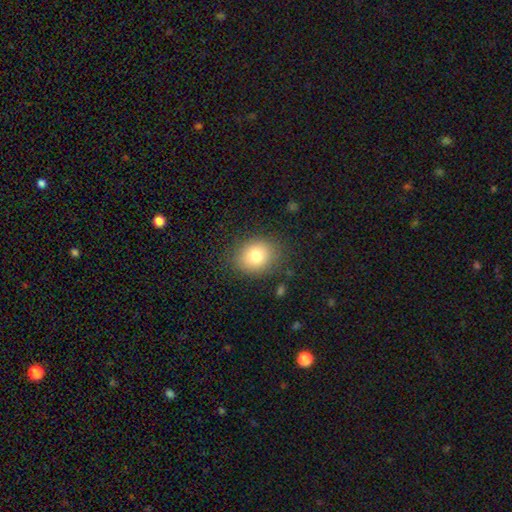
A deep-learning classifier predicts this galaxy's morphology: A smooth galaxy with no disk features (80%) that is round (63%). Merging: none (84%).